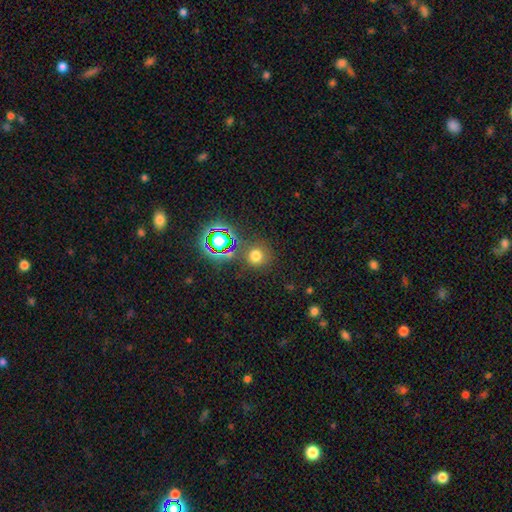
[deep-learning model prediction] A smooth galaxy with no disk features (67%) that is round (91%).

Vote fractions:
- Smooth or featured? smooth: 67% / star or artifact: 26% / featured or disk: 7%
- How rounded? round: 91% / in between: 8% / cigar-shaped: 1%
- Merging? none: 79% / minor disturbance: 9% / merger: 7% / major disturbance: 4%